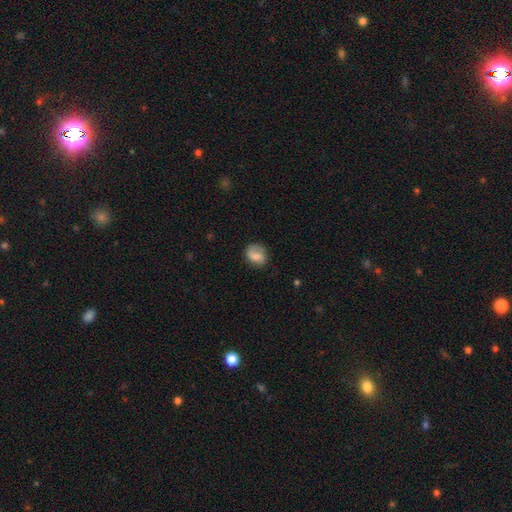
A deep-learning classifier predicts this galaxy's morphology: A smooth galaxy with no disk features (70%) that is round (49%, tied with in between).

Vote fractions:
- Smooth or featured? smooth: 70% / featured or disk: 22% / star or artifact: 9%
- How rounded? round: 49% (tied) / in between: 49% (tied) / cigar-shaped: 1%
- Merging? none: 61% / minor disturbance: 26% / major disturbance: 11% / merger: 2%